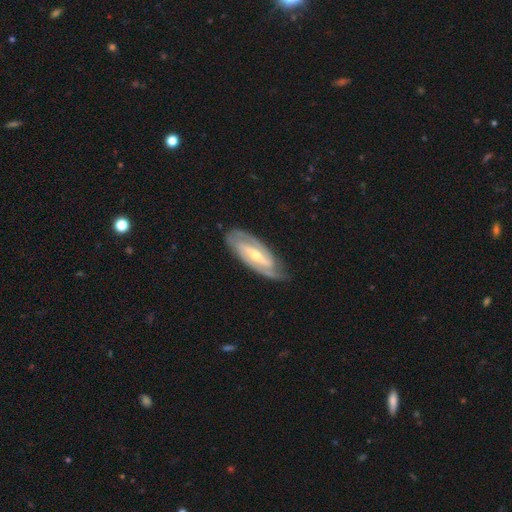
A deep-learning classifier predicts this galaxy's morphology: Smooth or featured? Predicted: featured or disk (p=0.87). Edge-on disk? Predicted: no (p=0.92). Bar? Predicted: strong (p=0.53). Spiral arms? Predicted: yes (p=0.95). Spiral winding? Predicted: tight (p=0.47). Spiral arm count? Predicted: 2 (p=0.86). Bulge size? Predicted: small (p=0.50). Merging? Predicted: none (p=0.81).